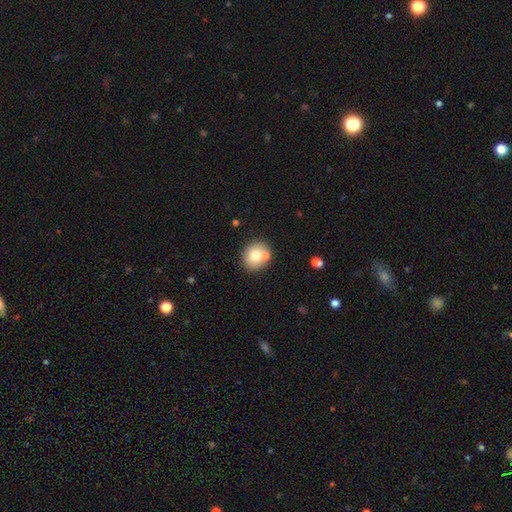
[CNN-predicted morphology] Smooth or featured?
  - smooth: 72% *
  - featured or disk: 18%
  - star or artifact: 10%
How rounded?
  - round: 78% *
  - in between: 21%
  - cigar-shaped: 1%
Merging?
  - none: 69% *
  - merger: 20%
  - minor disturbance: 9%
  - major disturbance: 3%